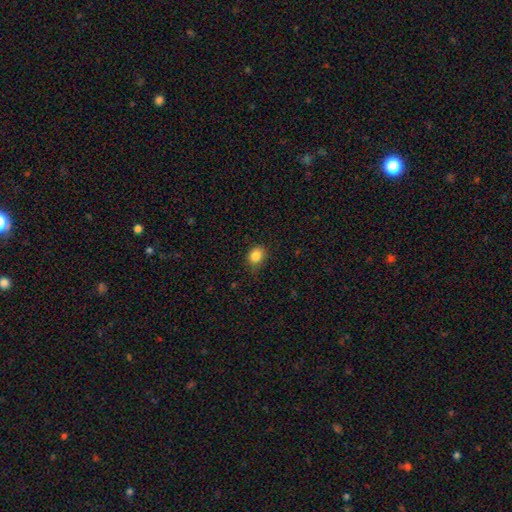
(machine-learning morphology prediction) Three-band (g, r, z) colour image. It shows a smooth galaxy with no disk features (85%) that is round (56%). Merging: none (77%).